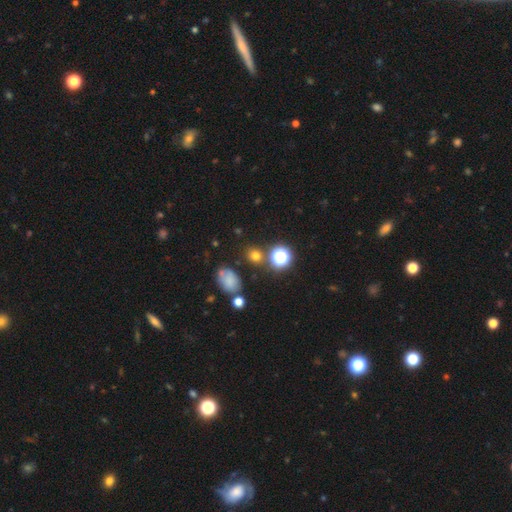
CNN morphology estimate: This is likely a smooth galaxy (66%). How rounded: likely round (74%). Merging: likely none (77%).